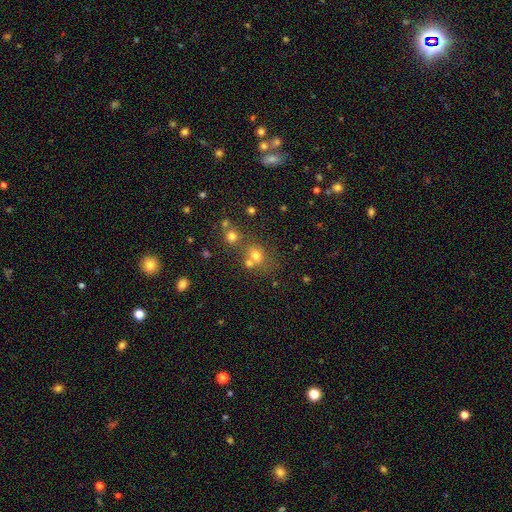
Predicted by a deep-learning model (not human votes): Smooth or featured? smooth (67%)
How rounded? round (68%)
Merging? none (52%)